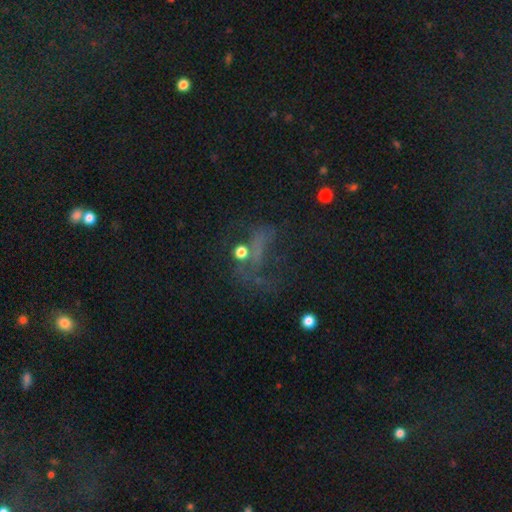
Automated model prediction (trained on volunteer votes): star or artifact 43%, featured or disk 36%, smooth 20%.